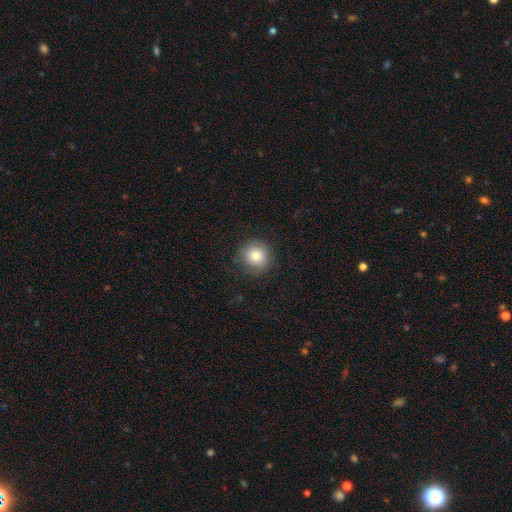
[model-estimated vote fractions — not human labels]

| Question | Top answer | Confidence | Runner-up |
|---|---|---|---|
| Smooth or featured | smooth | 78% | featured or disk (12%) |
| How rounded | round | 92% | in between (7%) |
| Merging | none | 80% | minor disturbance (13%) |